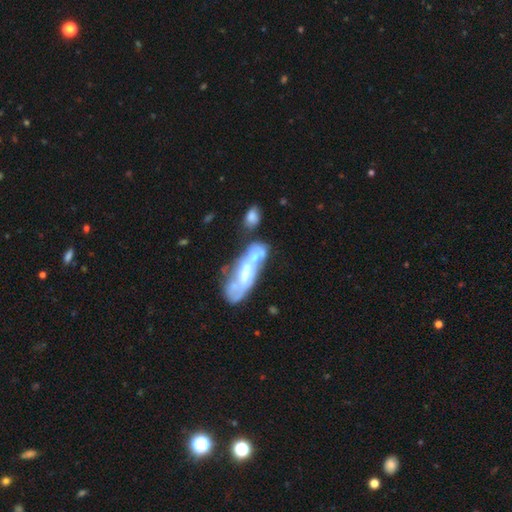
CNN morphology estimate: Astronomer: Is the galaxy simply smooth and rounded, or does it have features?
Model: featured or disk — 58% (runner-up: smooth, 34%).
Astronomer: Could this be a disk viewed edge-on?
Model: no — 88%.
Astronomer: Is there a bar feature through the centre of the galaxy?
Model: no — 68%.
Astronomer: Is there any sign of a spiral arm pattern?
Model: no — 73%.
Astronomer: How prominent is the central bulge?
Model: moderate — 44% (runner-up: small, 31%).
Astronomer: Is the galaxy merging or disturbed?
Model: merger — 51%.